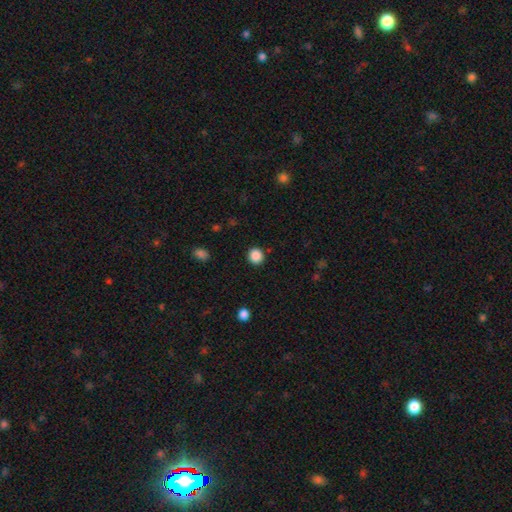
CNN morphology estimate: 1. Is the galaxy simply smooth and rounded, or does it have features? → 88% smooth, 10% star or artifact, 3% featured or disk.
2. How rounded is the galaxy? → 87% round, 12% in between, 1% cigar-shaped.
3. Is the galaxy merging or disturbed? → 90% none, 6% minor disturbance, 2% major disturbance, 1% merger.